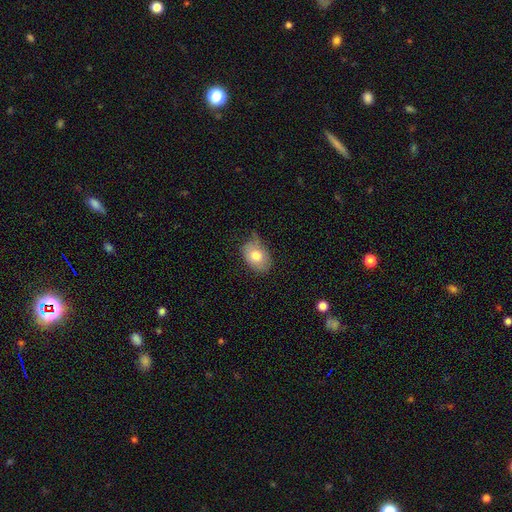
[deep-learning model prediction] This appears to be a smooth galaxy with no disk features (74%) that is in between round and cigar-shaped (81%). Merging: none (48%).